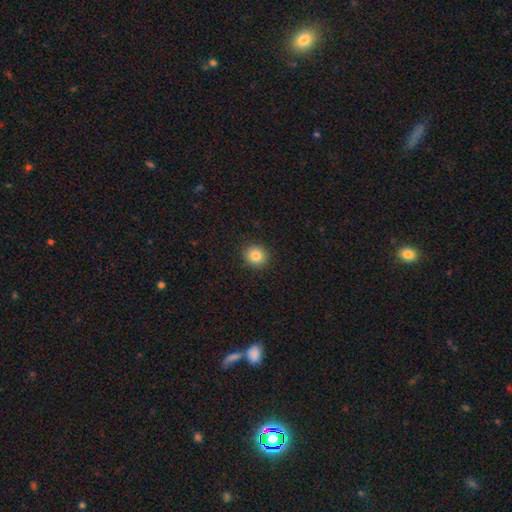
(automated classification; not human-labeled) Q: Smooth or featured?
A: smooth (84%); runner-up: star or artifact (10%)
Q: How rounded?
A: round (86%); runner-up: in between (13%)
Q: Merging?
A: none (92%); runner-up: minor disturbance (6%)